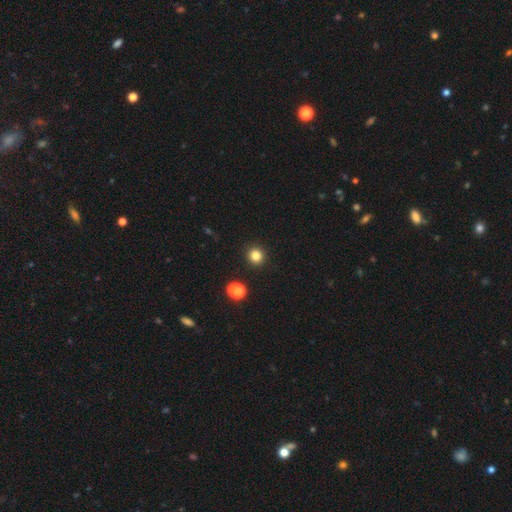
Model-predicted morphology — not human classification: A smooth galaxy with no disk features (81%) that is round (90%). Merging: none (90%).